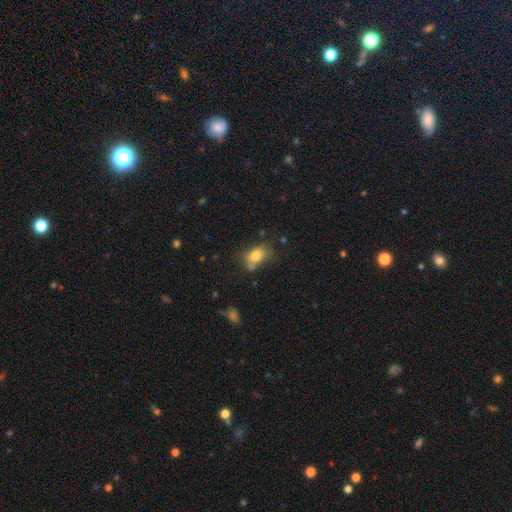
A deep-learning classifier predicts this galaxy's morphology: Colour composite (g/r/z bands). It shows a smooth galaxy with no disk features (79%) that is in between round and cigar-shaped (76%). Merging: none (55%).